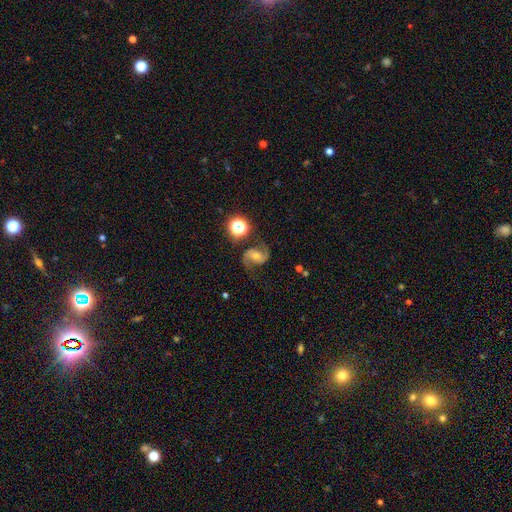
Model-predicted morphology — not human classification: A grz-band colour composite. It shows a featured or disk galaxy (86%) with no bar (52%), 2 (94%) medium (57%) spiral arms (98%) and a moderate central bulge (58%). Merging: none (81%).